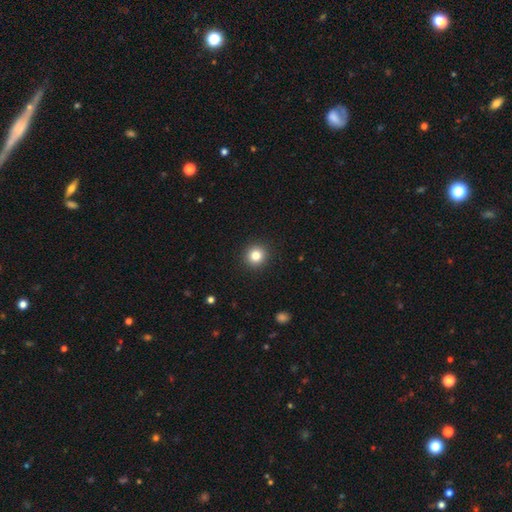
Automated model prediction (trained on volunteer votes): Overall: smooth (82%). How rounded: round (94%). Merging: none (93%).